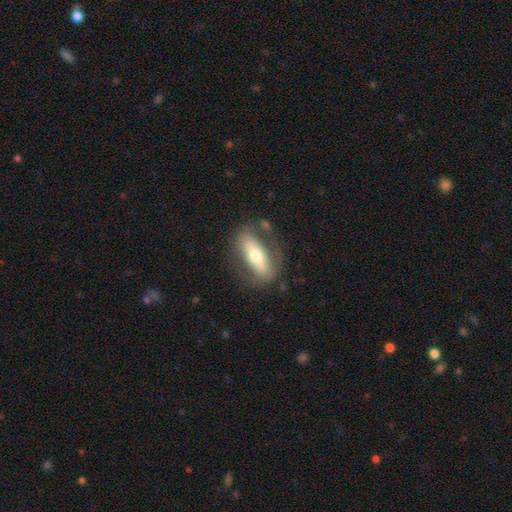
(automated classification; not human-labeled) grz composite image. It shows a featured or disk galaxy (54%). Merging: none (70%).